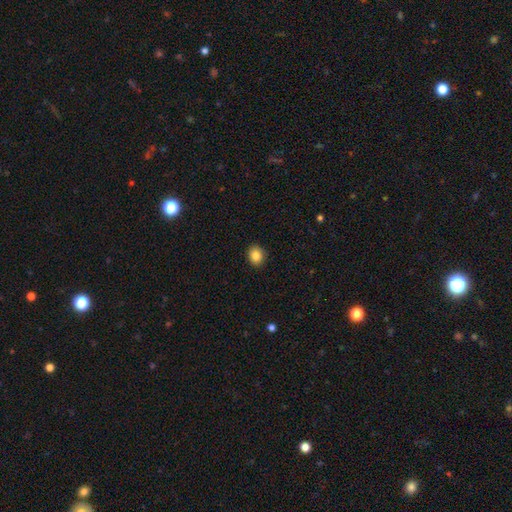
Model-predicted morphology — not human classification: The model was most divided on "how rounded": round: 68%, in between: 32%, cigar-shaped: 1%. More confident: merging — none (91%); smooth or featured — smooth (84%).